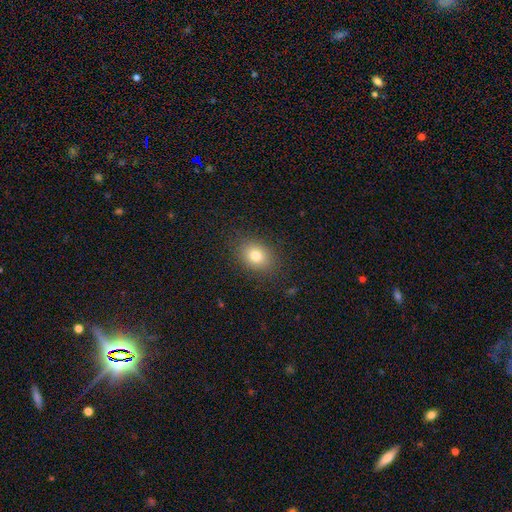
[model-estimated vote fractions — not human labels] Smooth or featured?
  - smooth: 78% *
  - star or artifact: 12%
  - featured or disk: 10%
How rounded?
  - in between: 58% *
  - round: 41%
  - cigar-shaped: 1%
Merging?
  - none: 86% *
  - minor disturbance: 9%
  - major disturbance: 3%
  - merger: 1%